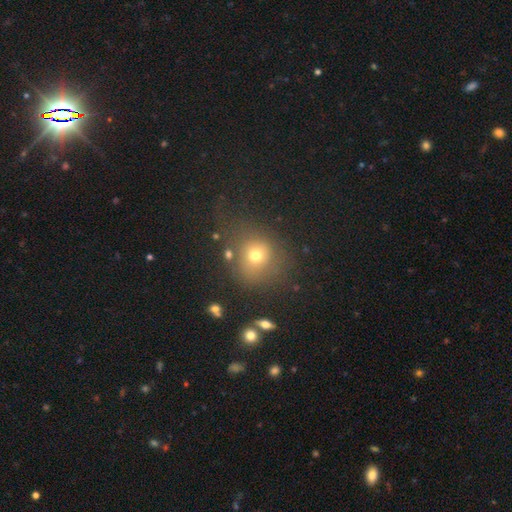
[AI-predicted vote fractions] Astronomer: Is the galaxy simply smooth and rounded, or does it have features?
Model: smooth — 70%.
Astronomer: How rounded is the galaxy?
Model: round — 82%.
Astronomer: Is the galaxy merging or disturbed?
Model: none — 67%.